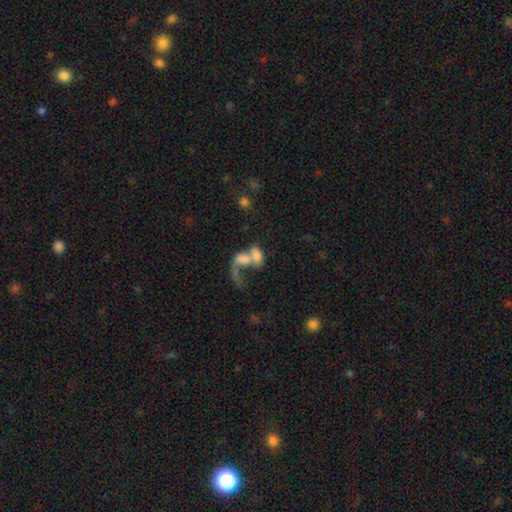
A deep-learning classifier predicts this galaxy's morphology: This is possibly a smooth galaxy (54%). How rounded: clearly in between (81%). Merging: likely merger (68%).